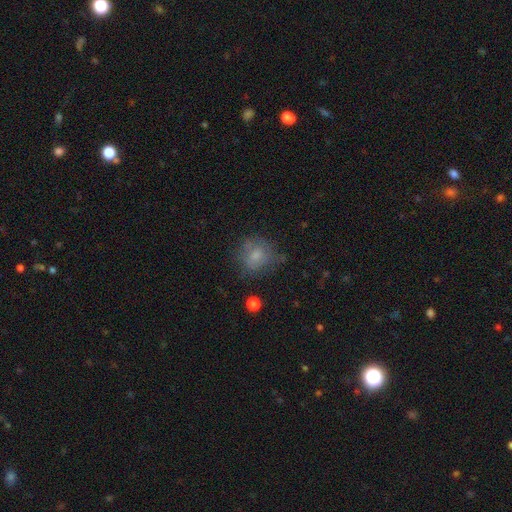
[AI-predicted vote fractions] Morphology: type=smooth (65%); roundness=round (72%); merging=none (53%).